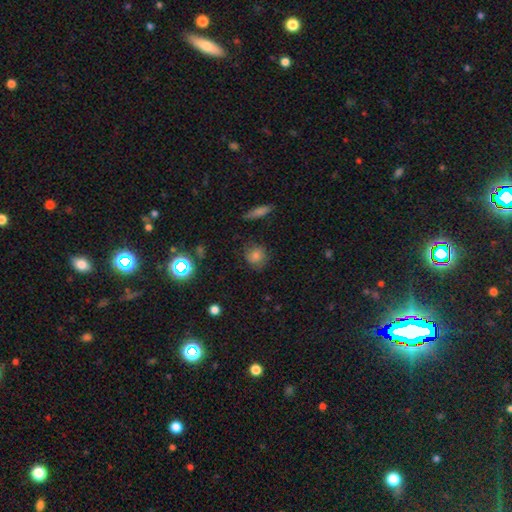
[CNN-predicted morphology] This is likely a smooth galaxy (70%). How rounded: clearly round (86%). Merging: likely none (80%).